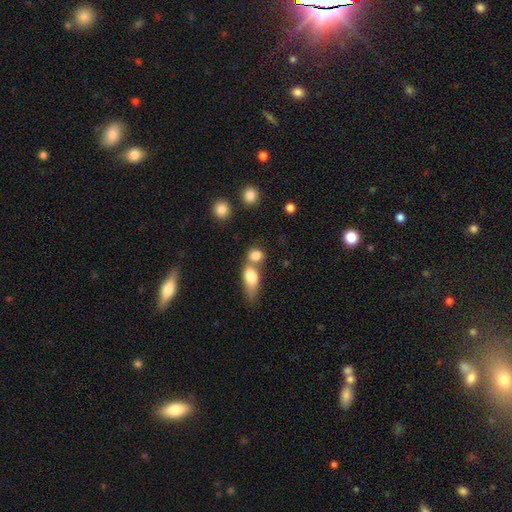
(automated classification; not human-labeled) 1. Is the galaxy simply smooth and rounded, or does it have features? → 81% smooth, 10% featured or disk, 9% star or artifact.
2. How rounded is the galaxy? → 54% in between, 42% round, 4% cigar-shaped.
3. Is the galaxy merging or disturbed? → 53% merger, 33% none, 9% minor disturbance, 5% major disturbance.